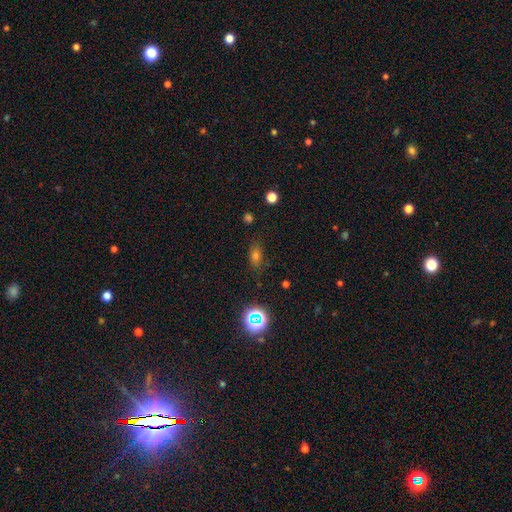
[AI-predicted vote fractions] smooth-or-featured: smooth: 63% | star or artifact: 26% | featured or disk: 11%
  how-rounded: in between: 74% | round: 20% | cigar-shaped: 7%
  merging: none: 80% | minor disturbance: 14% | major disturbance: 4% | merger: 2%